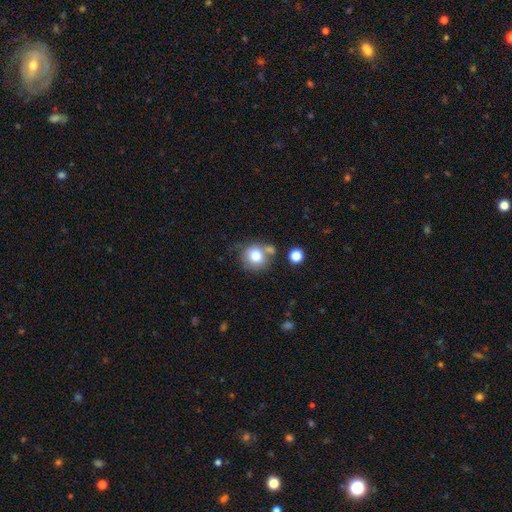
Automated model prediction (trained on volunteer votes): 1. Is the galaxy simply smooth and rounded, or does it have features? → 78% smooth, 12% featured or disk, 10% star or artifact.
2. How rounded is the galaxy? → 84% round, 15% in between, 1% cigar-shaped.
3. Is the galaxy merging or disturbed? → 58% none, 20% merger, 16% minor disturbance, 6% major disturbance.